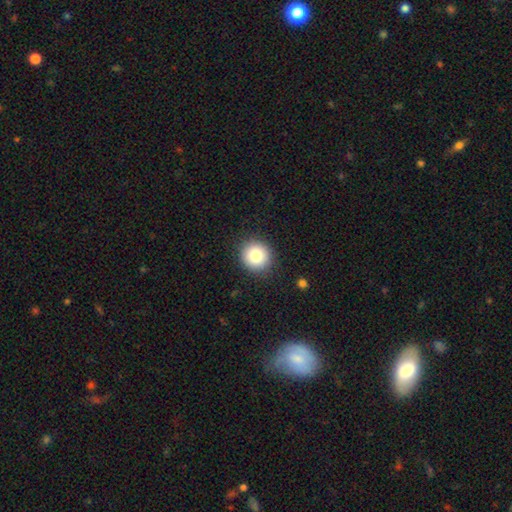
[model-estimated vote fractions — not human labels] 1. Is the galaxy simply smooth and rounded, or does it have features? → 83% smooth, 9% star or artifact, 7% featured or disk.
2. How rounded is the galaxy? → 90% round, 9% in between, 1% cigar-shaped.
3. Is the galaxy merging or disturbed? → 90% none, 7% minor disturbance, 2% major disturbance, 1% merger.